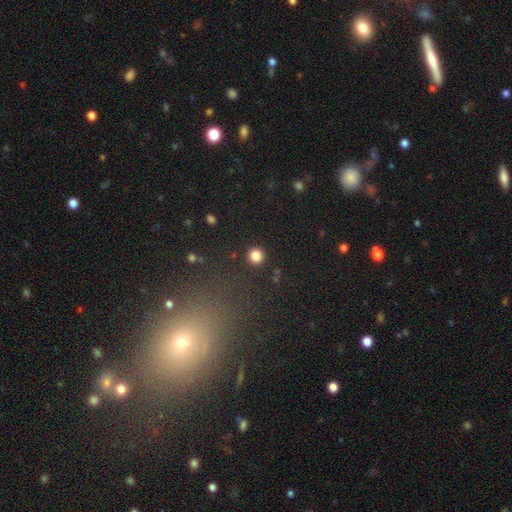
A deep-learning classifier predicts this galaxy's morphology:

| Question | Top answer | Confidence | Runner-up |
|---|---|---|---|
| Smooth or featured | smooth | 84% | star or artifact (12%) |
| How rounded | round | 93% | in between (6%) |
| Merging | none | 92% | minor disturbance (5%) |